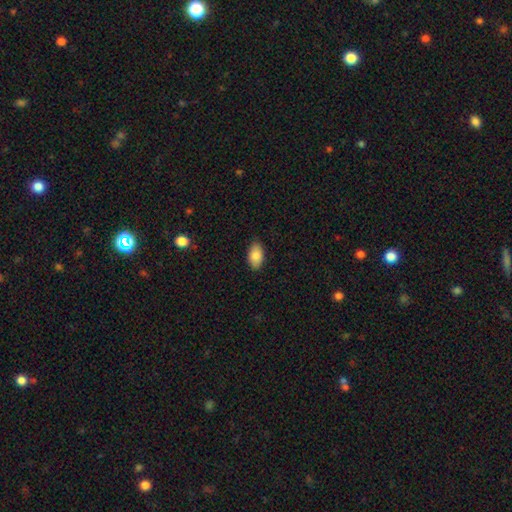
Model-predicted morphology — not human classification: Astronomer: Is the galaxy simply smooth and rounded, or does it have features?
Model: smooth — 86%.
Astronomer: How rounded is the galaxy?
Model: in between — 93%.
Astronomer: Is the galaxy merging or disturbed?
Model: none — 87%.